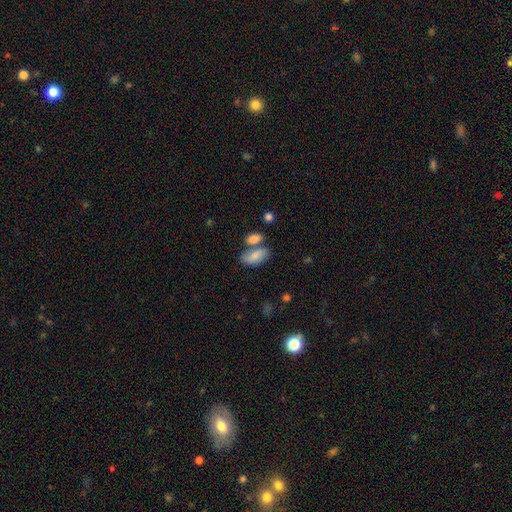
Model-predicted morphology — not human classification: A smooth galaxy with no disk features (75%) that is in between round and cigar-shaped (89%).

Vote fractions:
- Smooth or featured? smooth: 75% / featured or disk: 18% / star or artifact: 7%
- How rounded? in between: 89% / cigar-shaped: 6% / round: 5%
- Merging? none: 43% / merger: 38% / minor disturbance: 14% / major disturbance: 6%